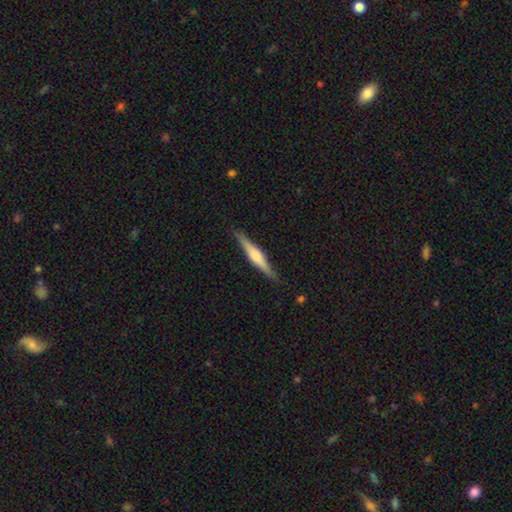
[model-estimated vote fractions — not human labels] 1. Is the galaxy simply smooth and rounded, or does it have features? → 63% featured or disk, 32% smooth, 6% star or artifact.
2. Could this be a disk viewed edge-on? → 98% yes, 2% no.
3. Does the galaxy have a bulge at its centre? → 68% rounded, 22% boxy, 9% none.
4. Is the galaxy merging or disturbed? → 89% none, 8% minor disturbance, 2% major disturbance, 1% merger.